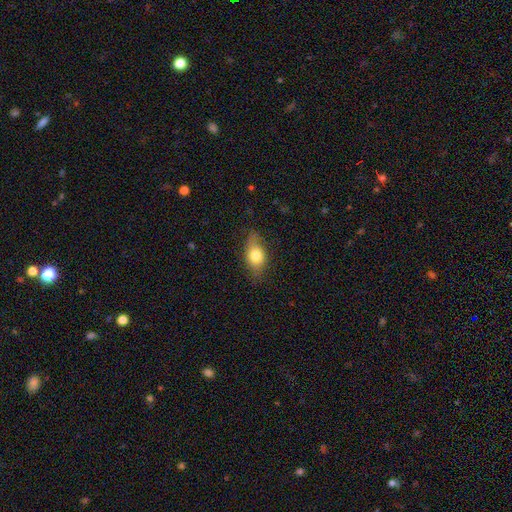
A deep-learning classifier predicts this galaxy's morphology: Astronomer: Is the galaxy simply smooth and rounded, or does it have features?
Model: smooth — 74%.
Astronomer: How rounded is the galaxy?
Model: in between — 79%.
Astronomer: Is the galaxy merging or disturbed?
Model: none — 73%.